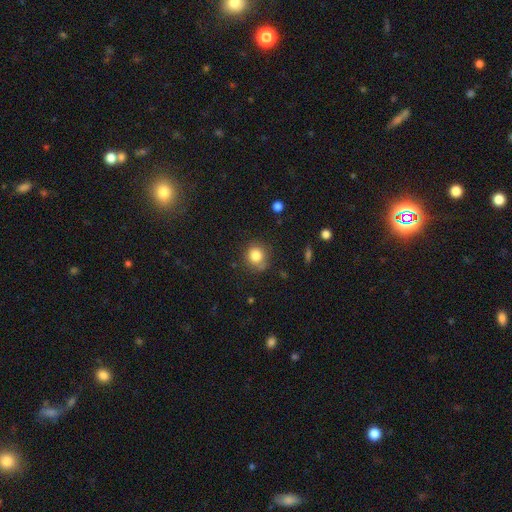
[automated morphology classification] A smooth galaxy with no disk features (82%) that is round (85%).

Vote fractions:
- Smooth or featured? smooth: 82% / star or artifact: 11% / featured or disk: 7%
- How rounded? round: 85% / in between: 14% / cigar-shaped: 1%
- Merging? none: 75% / minor disturbance: 17% / major disturbance: 4% / merger: 3%